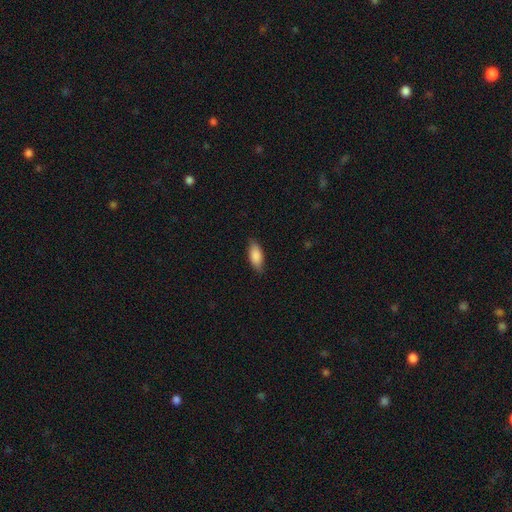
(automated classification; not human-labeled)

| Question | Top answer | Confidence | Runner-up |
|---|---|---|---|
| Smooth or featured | smooth | 86% | featured or disk (8%) |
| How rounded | in between | 83% | cigar-shaped (15%) |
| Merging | none | 83% | minor disturbance (13%) |